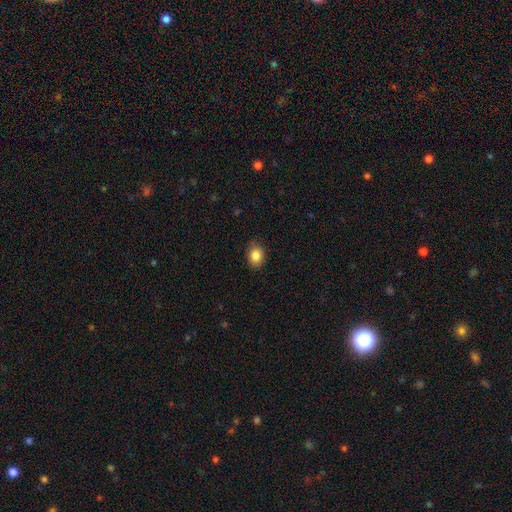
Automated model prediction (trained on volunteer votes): Smooth or featured: smooth — 85% (star or artifact — 9%)
How rounded: in between — 57% (round — 42%)
Merging: none — 84% (minor disturbance — 13%)